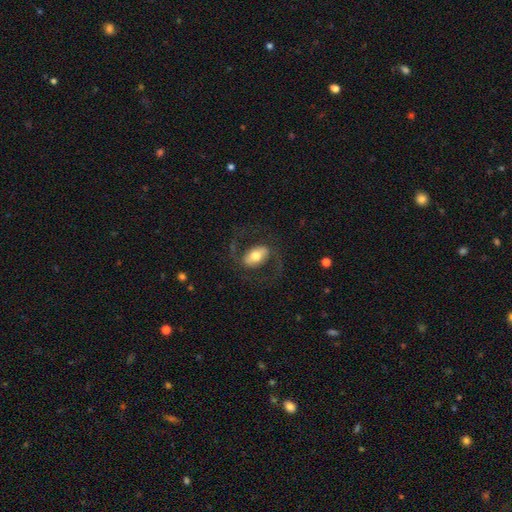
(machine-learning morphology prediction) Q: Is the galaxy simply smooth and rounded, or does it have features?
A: featured or disk — 65%.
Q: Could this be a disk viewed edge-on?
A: no — 95%.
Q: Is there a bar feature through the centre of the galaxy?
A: strong — 41%.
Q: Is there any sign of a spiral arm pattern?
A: yes — 82%.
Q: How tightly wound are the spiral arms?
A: medium — 51%.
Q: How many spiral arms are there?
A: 2 — 90%.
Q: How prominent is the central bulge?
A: moderate — 63%.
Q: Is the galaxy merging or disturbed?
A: none — 71%.